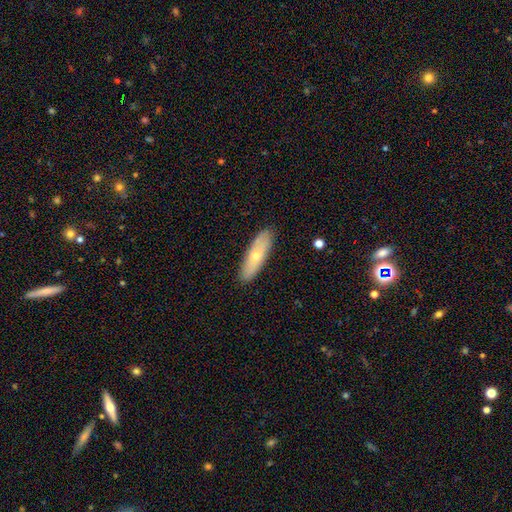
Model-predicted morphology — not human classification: This appears to be a smooth galaxy with no disk features (53%) that is cigar-shaped (57%). Merging: none (88%).